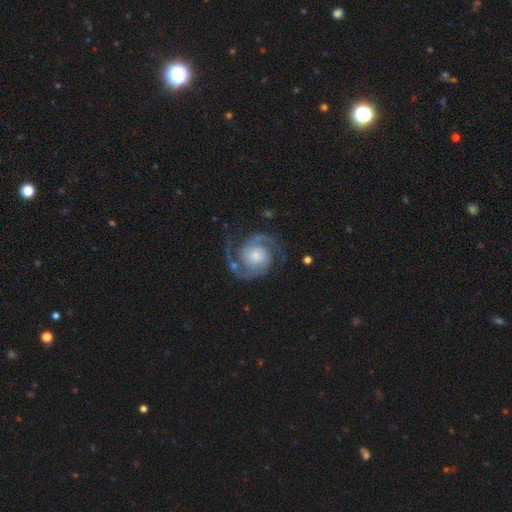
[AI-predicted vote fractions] Q: Smooth or featured?
A: featured or disk (91%); runner-up: smooth (5%)
Q: Edge-on disk?
A: no (98%); runner-up: yes (2%)
Q: Bar?
A: no (67%); runner-up: weak (26%)
Q: Spiral arms?
A: yes (98%); runner-up: no (2%)
Q: Spiral winding?
A: medium (51%); runner-up: tight (36%)
Q: Spiral arm count?
A: 2 (93%); runner-up: can't tell (2%)
Q: Bulge size?
A: small (42%); runner-up: moderate (39%)
Q: Merging?
A: none (78%); runner-up: minor disturbance (13%)